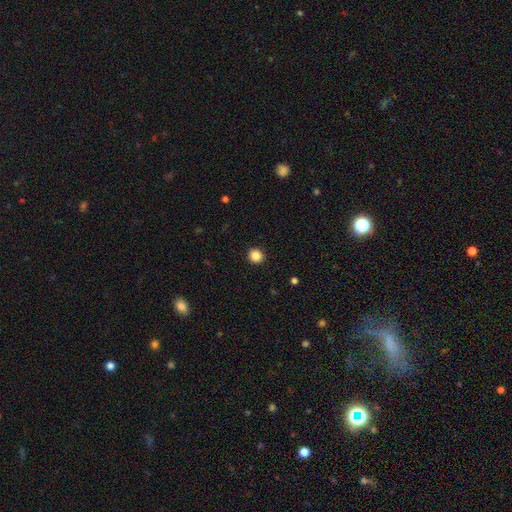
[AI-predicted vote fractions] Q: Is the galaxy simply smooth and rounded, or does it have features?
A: smooth — 85%.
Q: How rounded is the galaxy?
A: round — 93%.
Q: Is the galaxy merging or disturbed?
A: none — 93%.